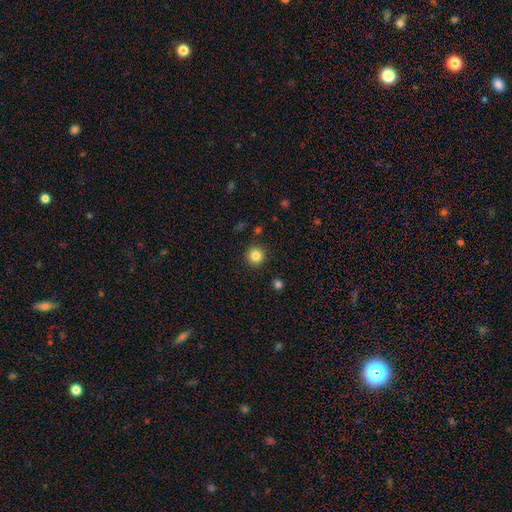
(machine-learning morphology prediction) This is clearly a smooth galaxy (84%). How rounded: clearly round (95%). Merging: clearly none (91%).